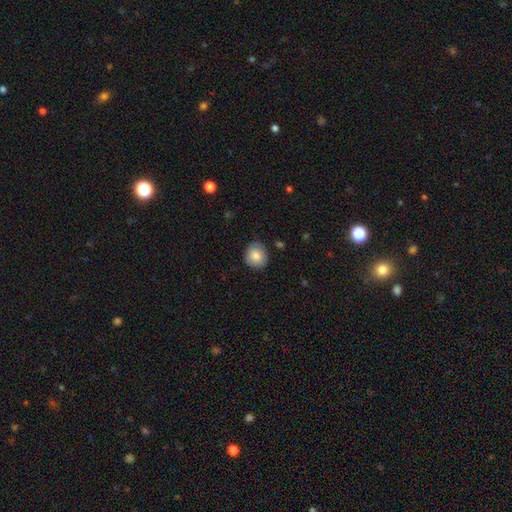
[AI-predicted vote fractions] A smooth galaxy with no disk features (84%) that is round (79%). Merging: none (85%).